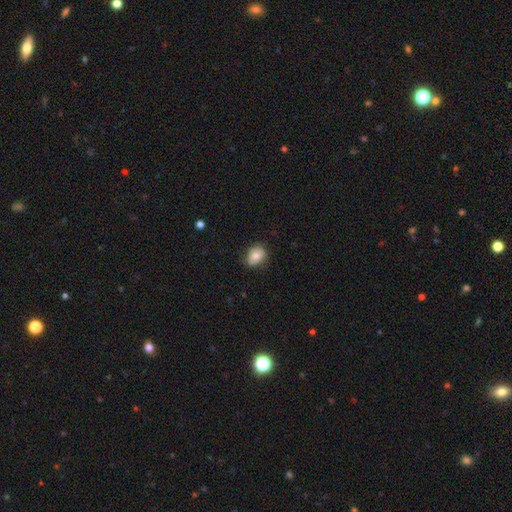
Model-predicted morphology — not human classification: Q: Smooth or featured?
A: smooth (76%); runner-up: featured or disk (16%)
Q: How rounded?
A: in between (58%); runner-up: round (41%)
Q: Merging?
A: none (73%); runner-up: minor disturbance (21%)